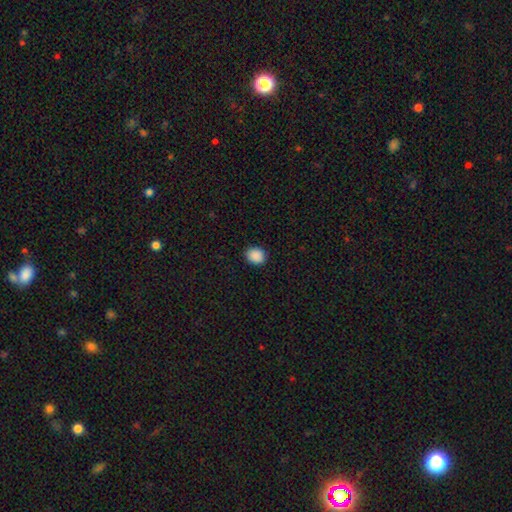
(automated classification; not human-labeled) Q: Smooth or featured?
A: smooth (89%); runner-up: star or artifact (8%)
Q: How rounded?
A: round (61%); runner-up: in between (38%)
Q: Merging?
A: none (90%); runner-up: minor disturbance (7%)